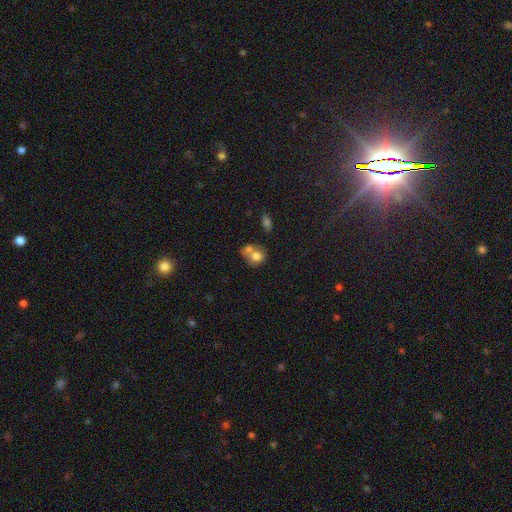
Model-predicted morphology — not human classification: Smooth or featured? Predicted: smooth (p=0.71). How rounded? Predicted: round (p=0.64). Merging? Predicted: merger (p=0.58).